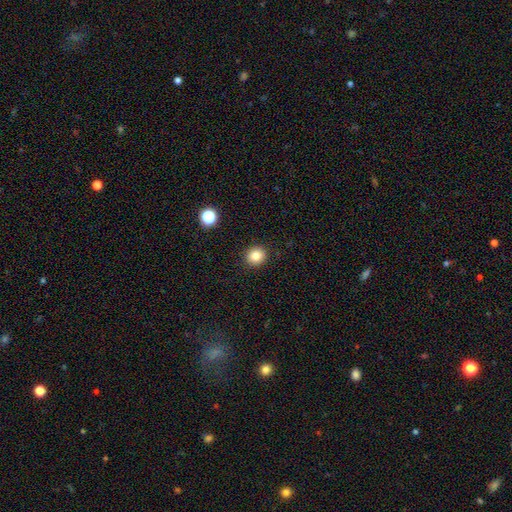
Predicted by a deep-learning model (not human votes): Overall: smooth (83%). How rounded: round (84%). Merging: none (91%).